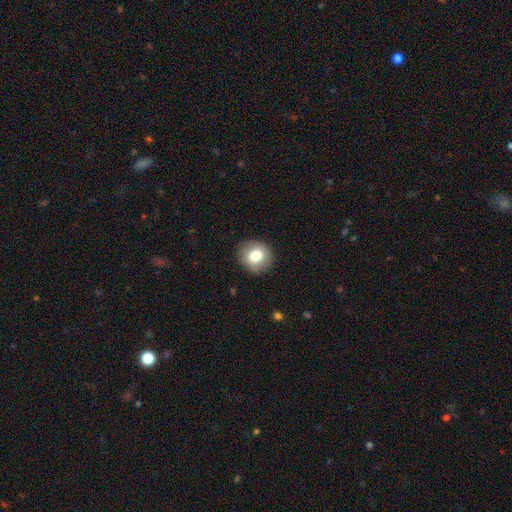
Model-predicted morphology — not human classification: This appears to be a smooth galaxy with no disk features (79%) that is round (85%). Merging: none (89%).